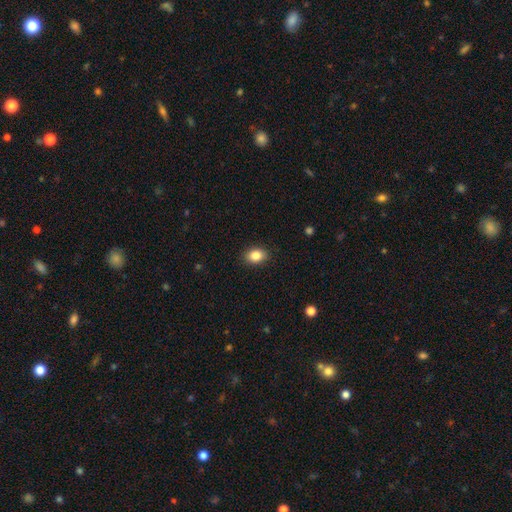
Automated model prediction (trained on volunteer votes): Overall: smooth (86%). How rounded: in between (71%). Merging: none (89%).